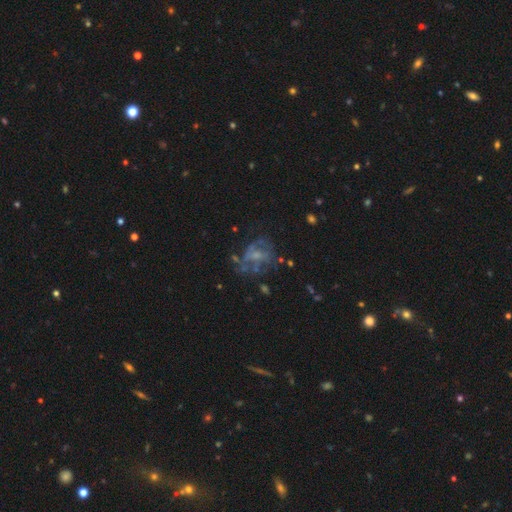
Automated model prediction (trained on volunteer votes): This appears to be a featured or disk galaxy (65%) with no bar (68%), no spiral arms (53%) and a small central bulge (40%). Merging: none (49%).